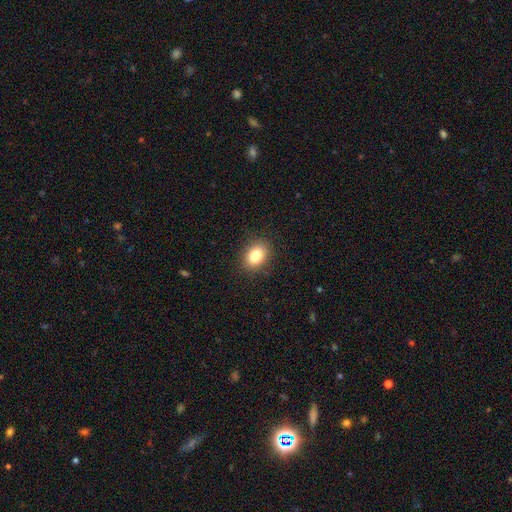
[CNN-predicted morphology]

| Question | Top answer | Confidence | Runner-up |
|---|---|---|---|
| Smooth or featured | smooth | 84% | star or artifact (9%) |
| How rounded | in between | 69% | round (30%) |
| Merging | none | 87% | minor disturbance (9%) |